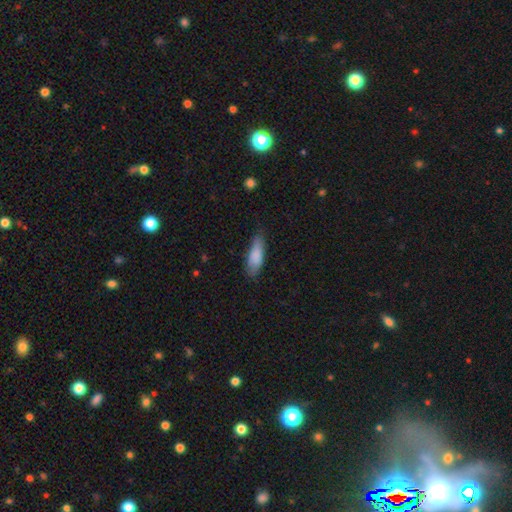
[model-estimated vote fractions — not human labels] Overall: smooth (84%). How rounded: in between (62%; cigar-shaped 37%). Merging: none (69%).